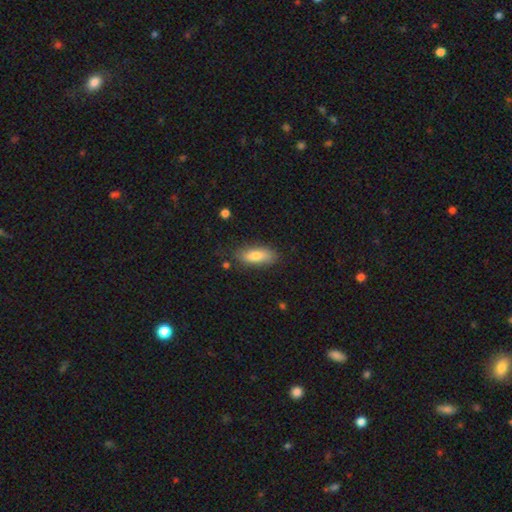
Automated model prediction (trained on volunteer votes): Smooth or featured? smooth (76%)
How rounded? in between (72%)
Merging? none (78%)